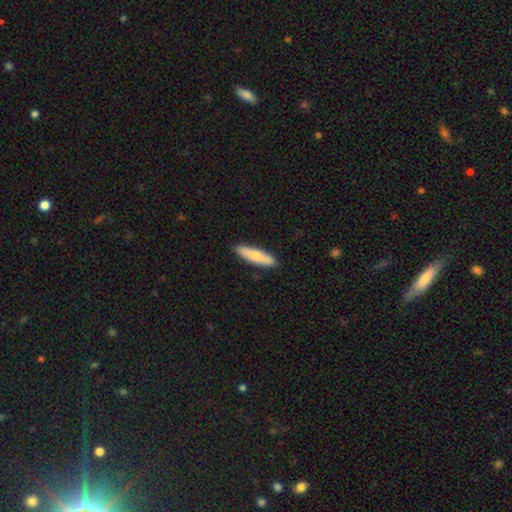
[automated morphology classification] A smooth galaxy with no disk features (70%) that is cigar-shaped (70%).

Vote fractions:
- Smooth or featured? smooth: 70% / featured or disk: 25% / star or artifact: 5%
- How rounded? cigar-shaped: 70% / in between: 28% / round: 2%
- Merging? none: 87% / minor disturbance: 10% / major disturbance: 2% / merger: 1%